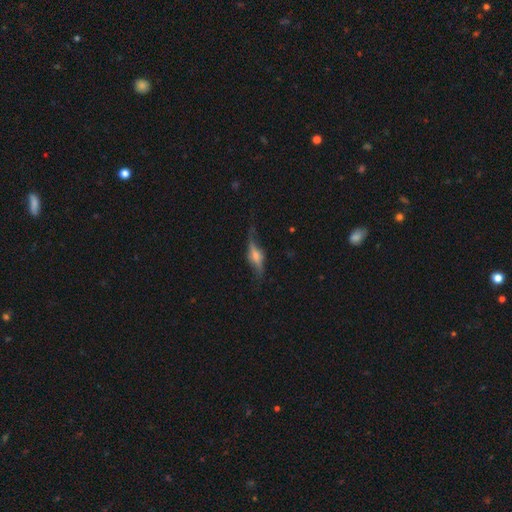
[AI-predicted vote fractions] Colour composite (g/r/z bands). It shows a featured or disk galaxy (67%) viewed edge-on (64%). Merging: none (59%).